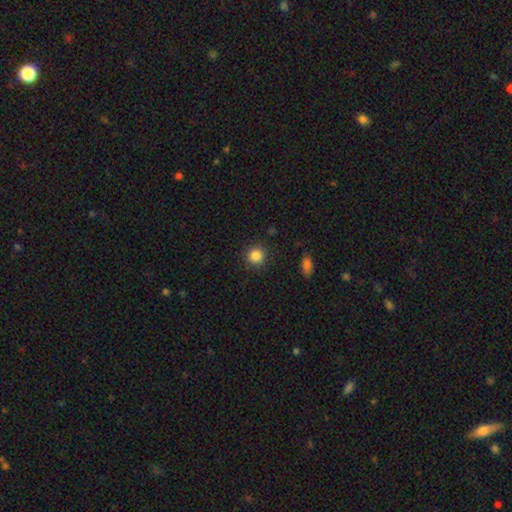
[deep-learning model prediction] Morphology: type=smooth (85%); roundness=round (93%); merging=none (90%).